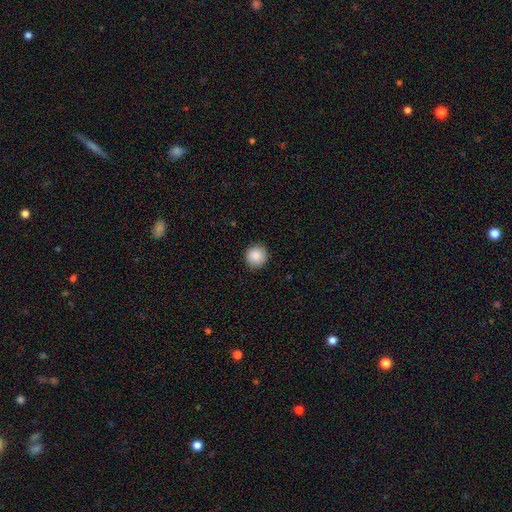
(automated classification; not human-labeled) Overall: smooth (88%). How rounded: round (93%). Merging: none (91%).